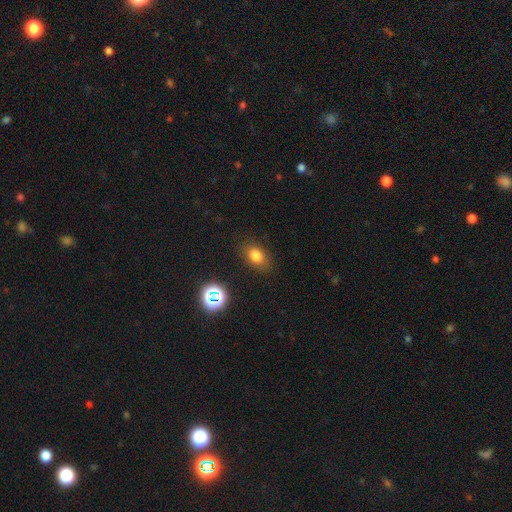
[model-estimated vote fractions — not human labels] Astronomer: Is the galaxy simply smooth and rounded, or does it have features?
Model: smooth — 78%.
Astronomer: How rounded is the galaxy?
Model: in between — 76%.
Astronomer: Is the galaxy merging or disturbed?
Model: none — 84%.